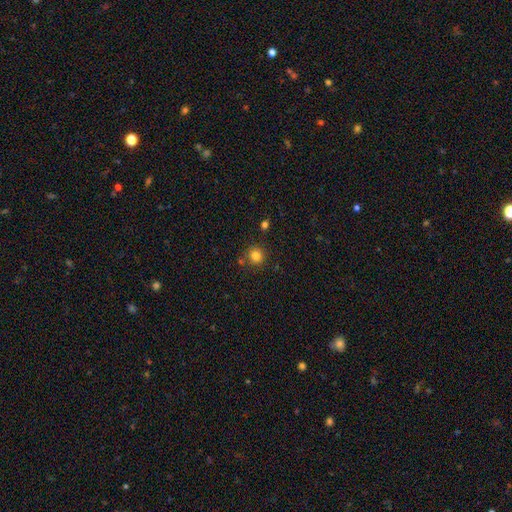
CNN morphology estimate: smooth-or-featured: smooth: 82% | star or artifact: 12% | featured or disk: 6%
  how-rounded: round: 92% | in between: 7% | cigar-shaped: 1%
  merging: none: 82% | minor disturbance: 9% | merger: 6% | major disturbance: 3%